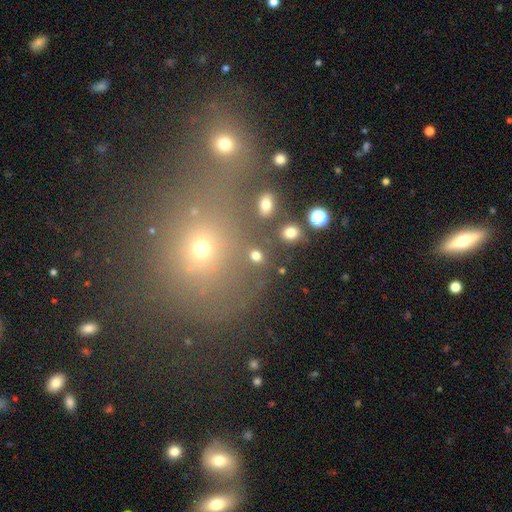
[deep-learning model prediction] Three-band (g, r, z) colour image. It shows a smooth galaxy with no disk features (77%) that is round (63%). Merging: none (79%).